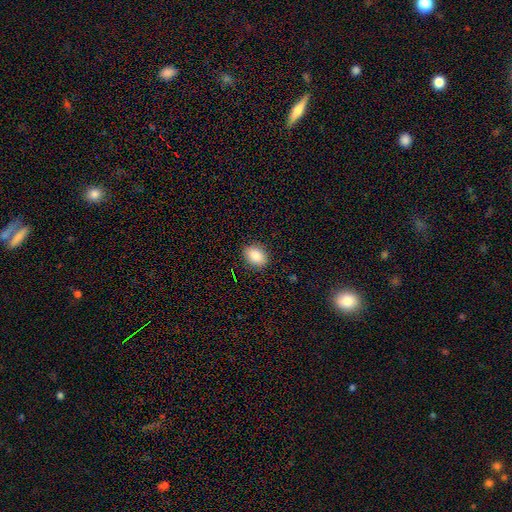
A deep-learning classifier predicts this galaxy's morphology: Q: Smooth or featured?
A: smooth (86%); runner-up: star or artifact (8%)
Q: How rounded?
A: in between (70%); runner-up: round (28%)
Q: Merging?
A: none (88%); runner-up: minor disturbance (9%)